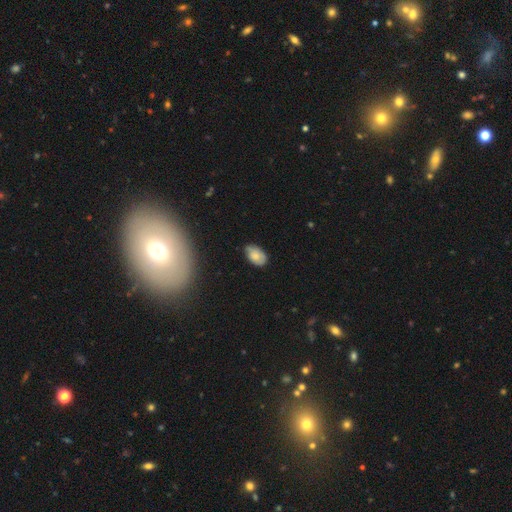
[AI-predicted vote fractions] Overall: smooth (77%). How rounded: in between (91%). Merging: none (68%).